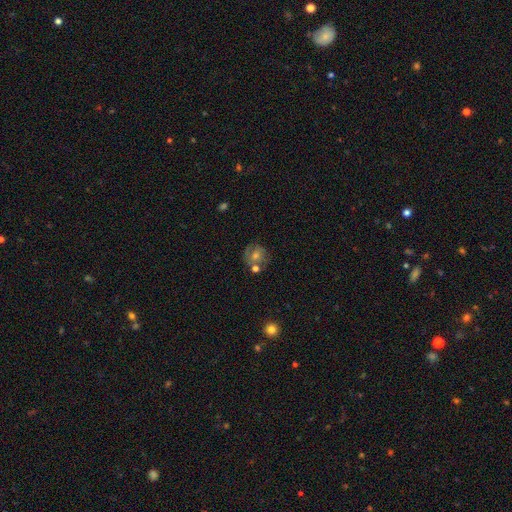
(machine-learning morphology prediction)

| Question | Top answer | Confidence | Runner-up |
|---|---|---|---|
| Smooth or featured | smooth | 44% | featured or disk (43%) |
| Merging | none | 66% | minor disturbance (15%) |